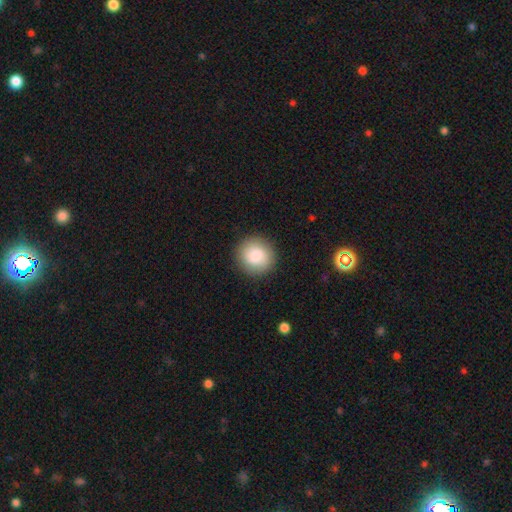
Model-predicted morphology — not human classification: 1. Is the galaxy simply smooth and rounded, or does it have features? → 84% smooth, 9% featured or disk, 7% star or artifact.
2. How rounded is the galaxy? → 91% round, 8% in between, 1% cigar-shaped.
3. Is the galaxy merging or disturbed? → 90% none, 7% minor disturbance, 2% major disturbance, 1% merger.